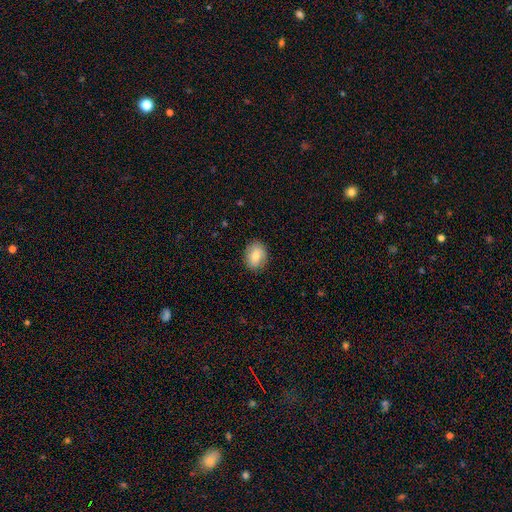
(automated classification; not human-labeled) The model was most divided on "how rounded": in between: 60%, round: 38%, cigar-shaped: 1%. More confident: merging — none (84%); smooth or featured — smooth (77%).